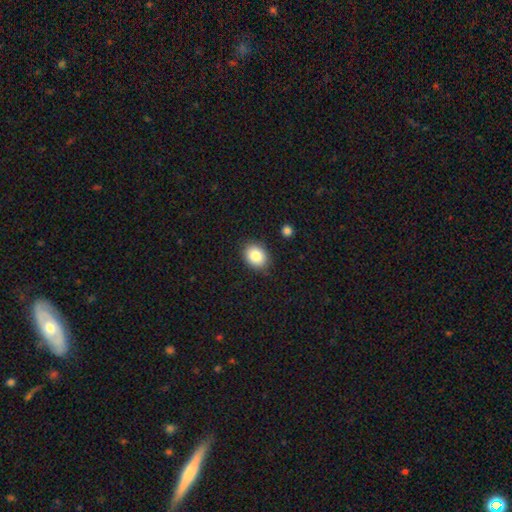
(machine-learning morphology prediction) A smooth galaxy with no disk features (85%) that is in between round and cigar-shaped (60%).

Vote fractions:
- Smooth or featured? smooth: 85% / star or artifact: 8% / featured or disk: 7%
- How rounded? in between: 60% / round: 40% / cigar-shaped: 1%
- Merging? none: 87% / minor disturbance: 9% / major disturbance: 2% / merger: 2%